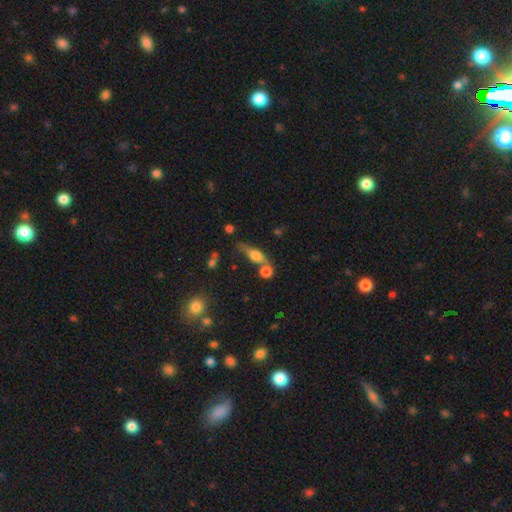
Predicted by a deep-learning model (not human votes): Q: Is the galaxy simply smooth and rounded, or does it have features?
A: smooth — 49%.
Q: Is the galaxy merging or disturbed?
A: none — 47%.